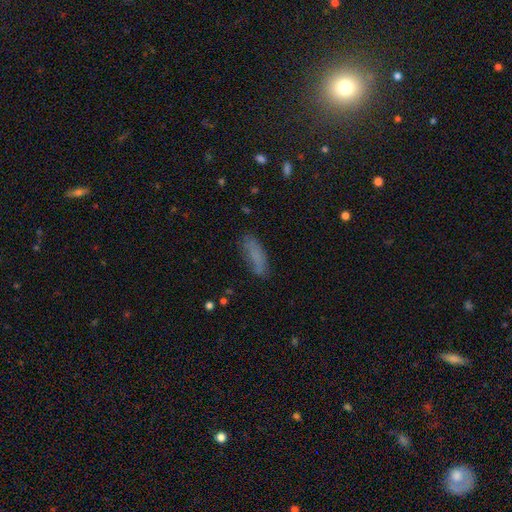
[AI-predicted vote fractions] Smooth or featured? Predicted: smooth (p=0.76). How rounded? Predicted: in between (p=0.55). Merging? Predicted: none (p=0.72).